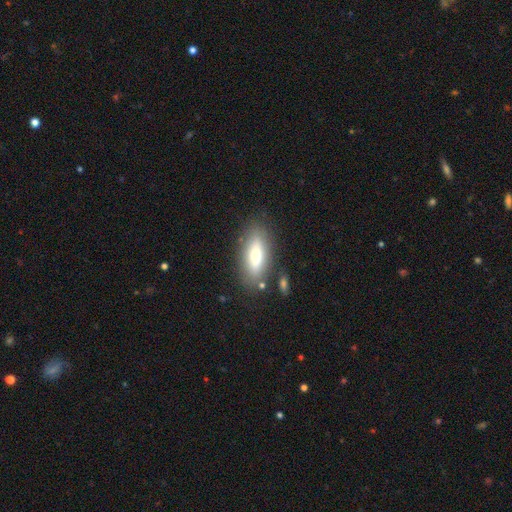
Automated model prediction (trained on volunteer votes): Q: Smooth or featured?
A: smooth (63%); runner-up: featured or disk (30%)
Q: How rounded?
A: in between (73%); runner-up: cigar-shaped (25%)
Q: Merging?
A: none (81%); runner-up: minor disturbance (11%)